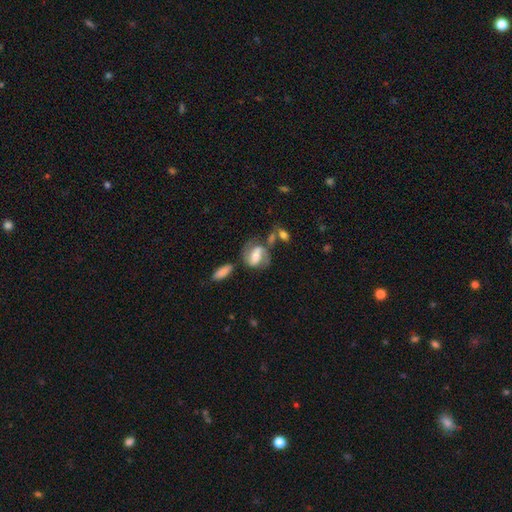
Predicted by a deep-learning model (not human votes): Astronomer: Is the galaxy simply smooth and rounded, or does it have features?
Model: featured or disk — 67%.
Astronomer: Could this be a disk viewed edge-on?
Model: no — 95%.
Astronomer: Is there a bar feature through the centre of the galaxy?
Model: strong — 41% (runner-up: weak, 39%).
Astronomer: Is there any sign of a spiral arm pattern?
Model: yes — 89%.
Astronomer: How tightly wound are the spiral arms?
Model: medium — 50%.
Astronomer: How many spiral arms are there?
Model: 2 — 85%.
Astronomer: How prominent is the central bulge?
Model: moderate — 51% (runner-up: small, 27%).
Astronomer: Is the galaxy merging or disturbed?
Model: none — 57%.